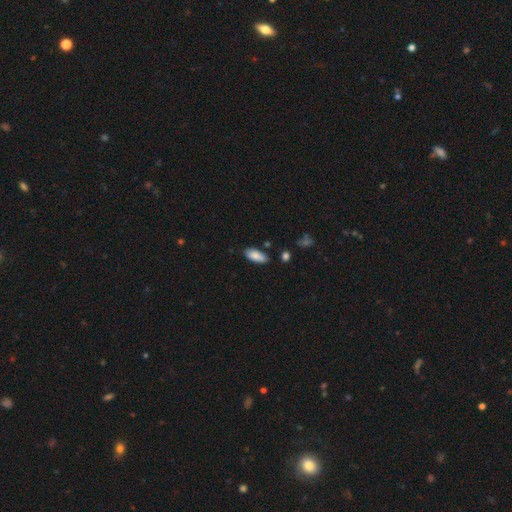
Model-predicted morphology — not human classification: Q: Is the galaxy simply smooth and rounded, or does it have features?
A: smooth — 85%.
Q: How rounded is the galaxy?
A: in between — 86%.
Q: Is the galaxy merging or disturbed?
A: none — 81%.